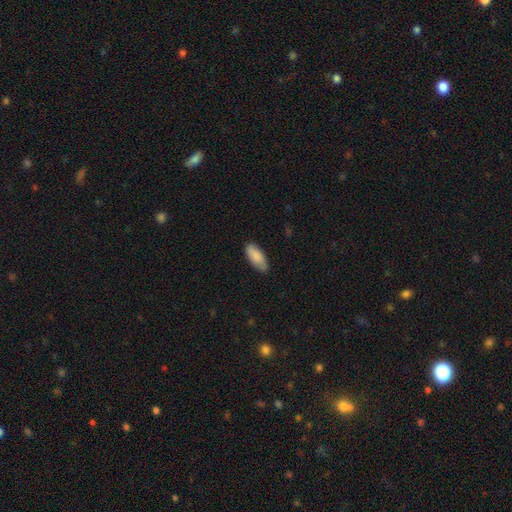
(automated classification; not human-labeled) Overall: smooth (86%). How rounded: in between (83%). Merging: none (82%).